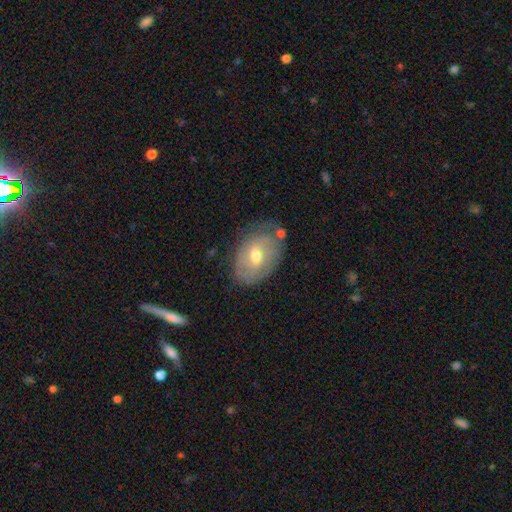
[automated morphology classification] Q: Smooth or featured?
A: featured or disk (49%); runner-up: smooth (44%)
Q: Merging?
A: none (62%); runner-up: minor disturbance (26%)